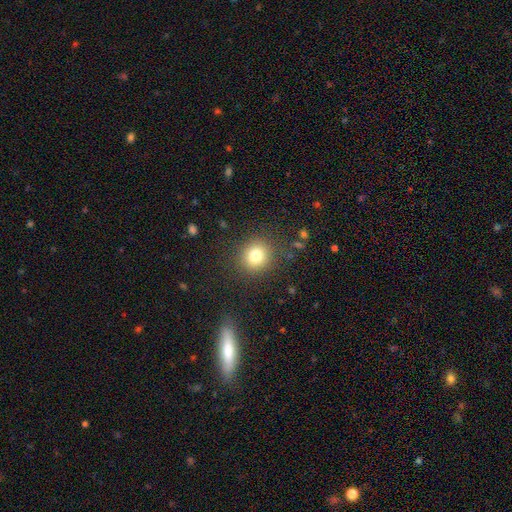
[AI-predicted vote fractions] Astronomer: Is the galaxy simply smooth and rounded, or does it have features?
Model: smooth — 79%.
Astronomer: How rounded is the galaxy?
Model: round — 87%.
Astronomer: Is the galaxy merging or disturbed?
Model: none — 87%.